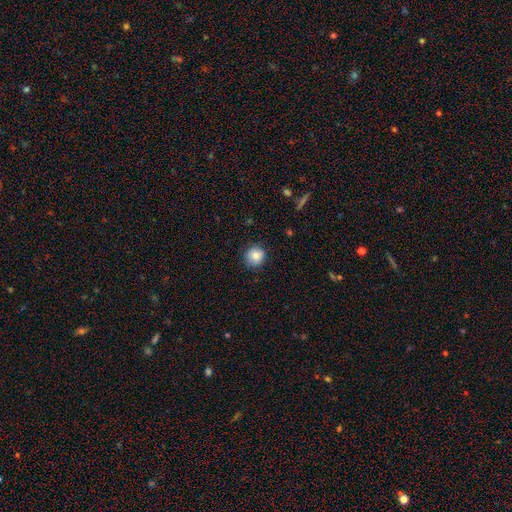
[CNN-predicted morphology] smooth 83%, star or artifact 9%, featured or disk 7%. Down the decision tree: how rounded — round (91%); merging — none (84%).